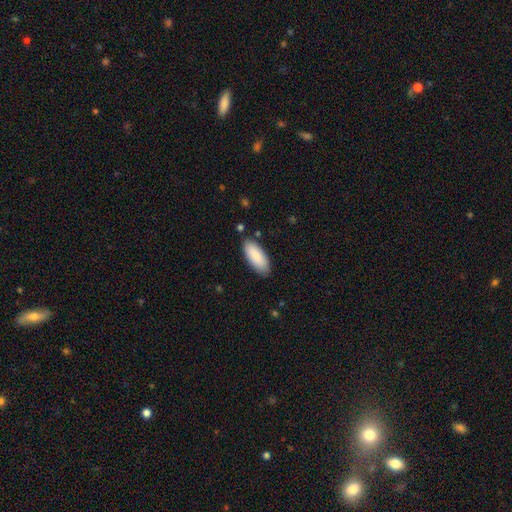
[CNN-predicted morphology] A smooth galaxy with no disk features (89%) that is in between round and cigar-shaped (79%). Merging: none (86%).